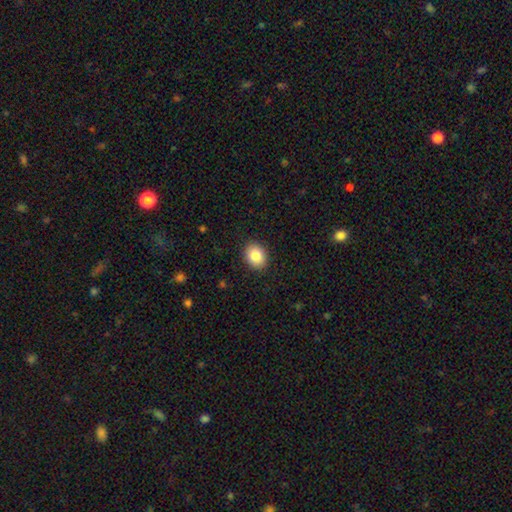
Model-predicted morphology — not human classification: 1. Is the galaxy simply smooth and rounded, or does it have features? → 84% smooth, 8% star or artifact, 7% featured or disk.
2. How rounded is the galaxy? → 55% in between, 44% round, 1% cigar-shaped.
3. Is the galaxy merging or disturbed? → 91% none, 7% minor disturbance, 2% major disturbance, 1% merger.